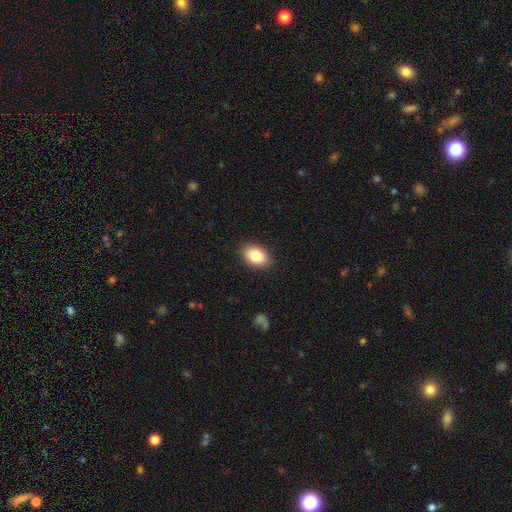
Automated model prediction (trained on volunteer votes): Overall: smooth (84%). How rounded: in between (85%). Merging: none (89%).